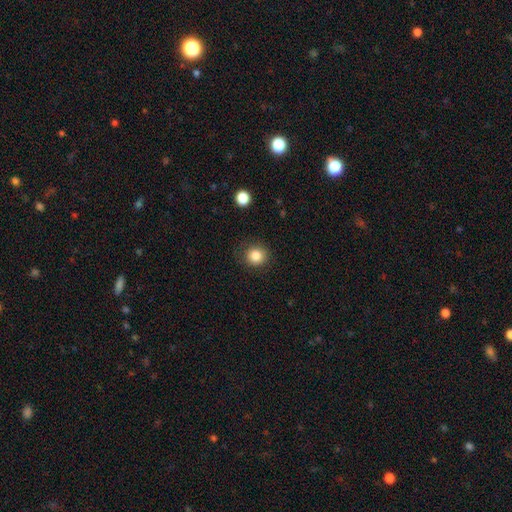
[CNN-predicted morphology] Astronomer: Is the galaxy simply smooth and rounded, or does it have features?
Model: smooth — 84%.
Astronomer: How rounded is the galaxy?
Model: round — 87%.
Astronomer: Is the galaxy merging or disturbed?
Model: none — 85%.